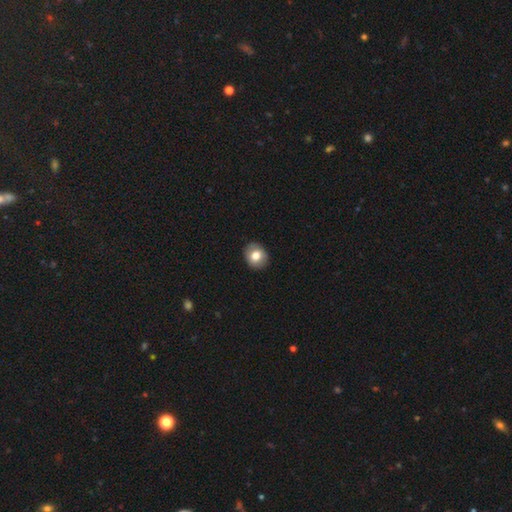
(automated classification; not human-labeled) A smooth galaxy with no disk features (77%) that is round (68%).

Vote fractions:
- Smooth or featured? smooth: 77% / featured or disk: 15% / star or artifact: 8%
- How rounded? round: 68% / in between: 31% / cigar-shaped: 1%
- Merging? none: 90% / minor disturbance: 8% / major disturbance: 2% / merger: 1%